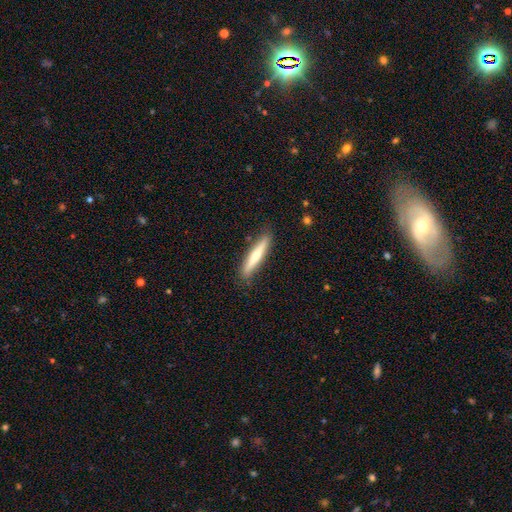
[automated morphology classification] Overall: smooth (52%; featured or disk 43%). How rounded: cigar-shaped (91%). Merging: none (87%).